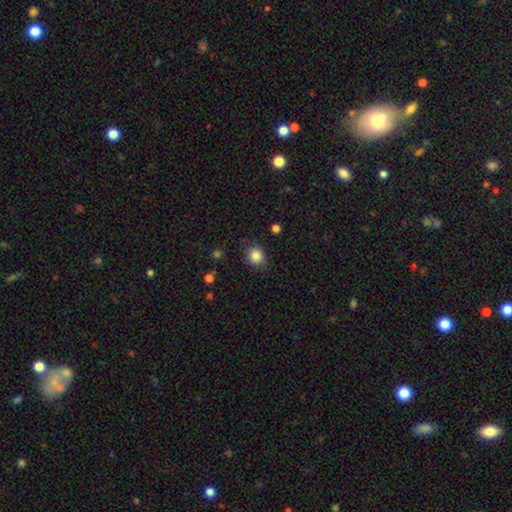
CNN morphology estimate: type=smooth (86%); roundness=round (76%); merging=none (83%).